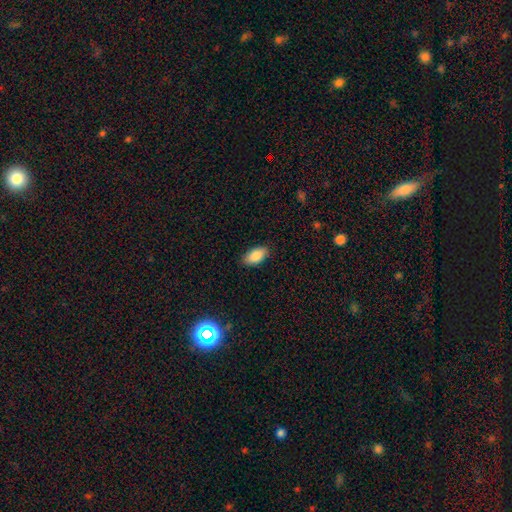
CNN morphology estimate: Smooth or featured? Predicted: smooth (p=0.87). How rounded? Predicted: in between (p=0.94). Merging? Predicted: none (p=0.87).